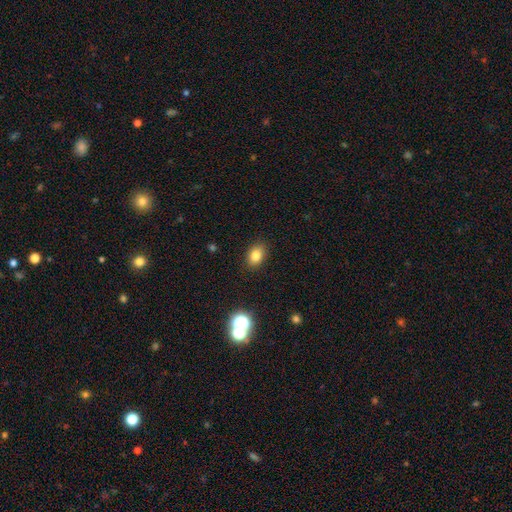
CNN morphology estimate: This appears to be a smooth galaxy with no disk features (80%) that is in between round and cigar-shaped (75%). Merging: none (88%).